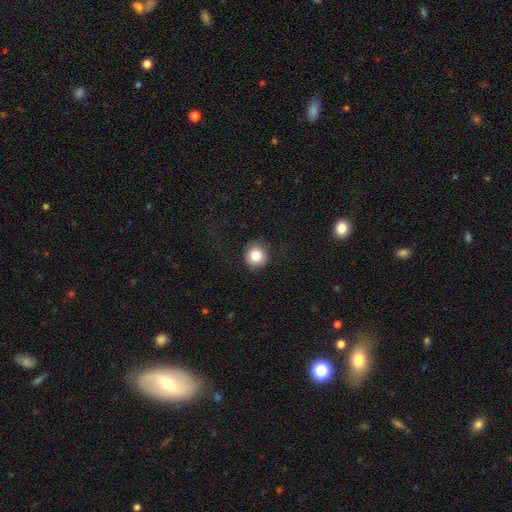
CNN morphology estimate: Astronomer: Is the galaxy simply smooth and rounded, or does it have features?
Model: smooth — 84%.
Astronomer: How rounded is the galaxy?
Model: round — 90%.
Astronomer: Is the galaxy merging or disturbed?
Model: none — 84%.